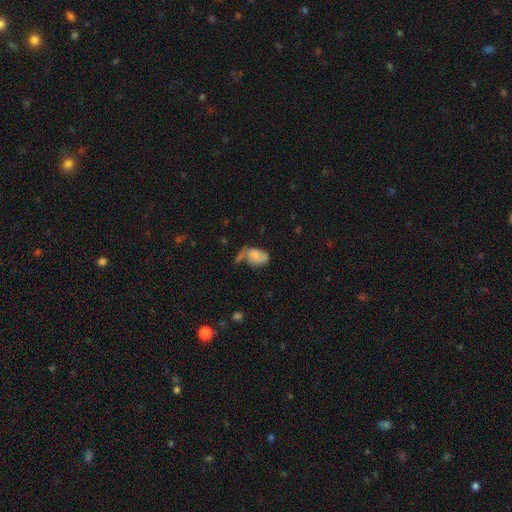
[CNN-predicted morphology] Smooth or featured?
  - smooth: 56% *
  - featured or disk: 34%
  - star or artifact: 10%
How rounded?
  - in between: 83% *
  - round: 15%
  - cigar-shaped: 2%
Merging?
  - none: 33% *
  - minor disturbance: 27%
  - major disturbance: 23%
  - merger: 17%